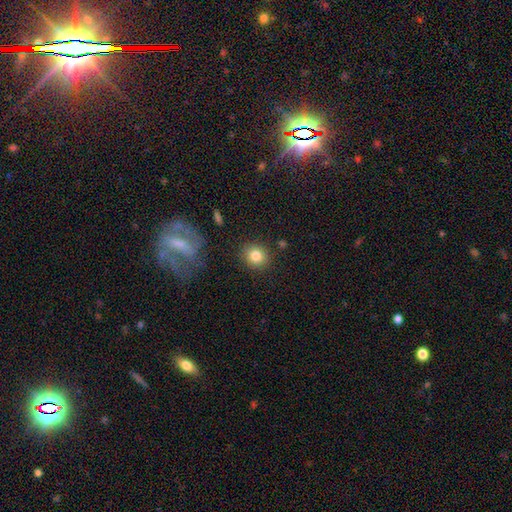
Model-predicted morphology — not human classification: This appears to be a smooth galaxy with no disk features (83%) that is round (80%). Merging: none (86%).